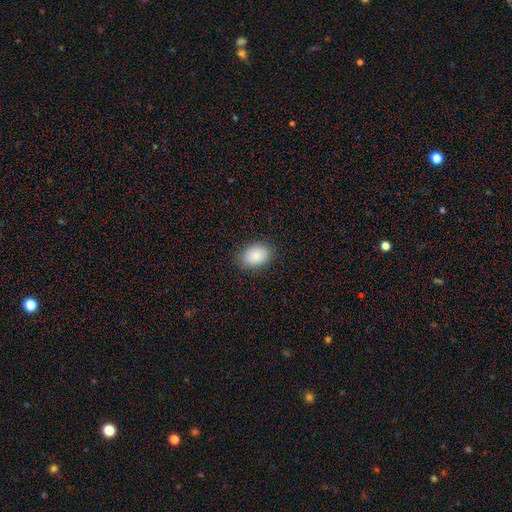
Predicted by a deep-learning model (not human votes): This appears to be a smooth galaxy with no disk features (89%) that is in between round and cigar-shaped (75%). Merging: none (87%).